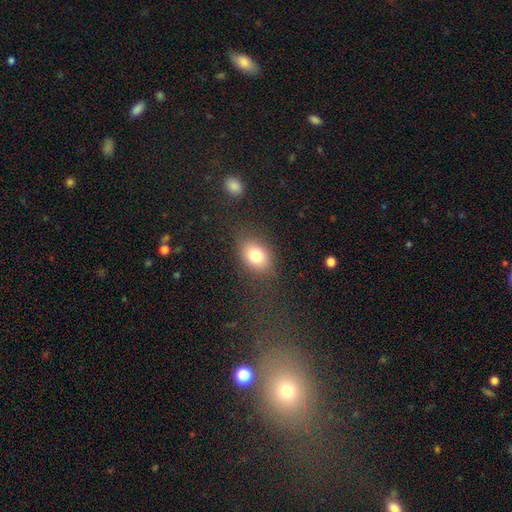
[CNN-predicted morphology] smooth_or_featured: smooth (p=0.79) [alt: featured or disk p=0.11]
how_rounded: in between (p=0.71) [alt: round p=0.27]
merging: none (p=0.77) [alt: minor disturbance p=0.14]